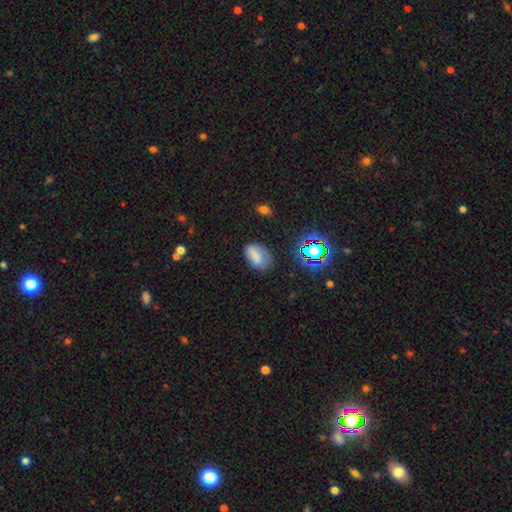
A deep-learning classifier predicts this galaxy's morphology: smooth 75%, star or artifact 14%, featured or disk 12%. Down the decision tree: how rounded — in between (85%); merging — none (63%).